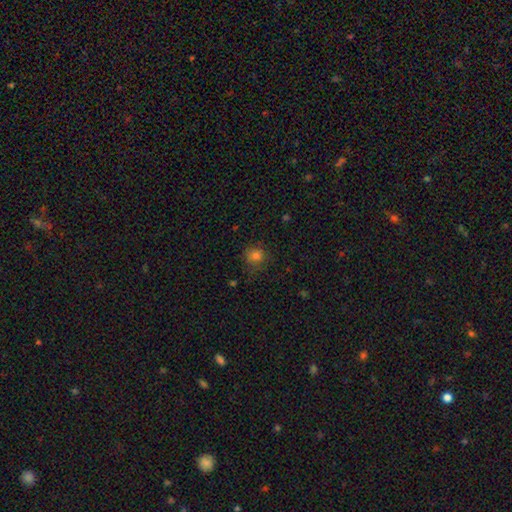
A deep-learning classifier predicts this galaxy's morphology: The model was most divided on "merging": none: 73%, minor disturbance: 18%, major disturbance: 7%, merger: 2%. More confident: how rounded — round (83%); smooth or featured — smooth (79%).